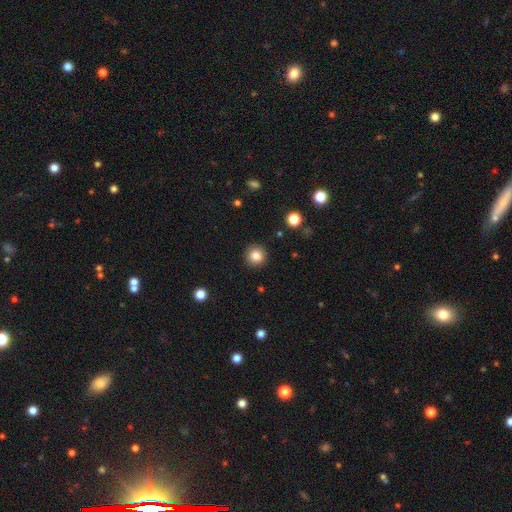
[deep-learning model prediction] Overall: smooth (84%). How rounded: round (95%). Merging: none (91%).